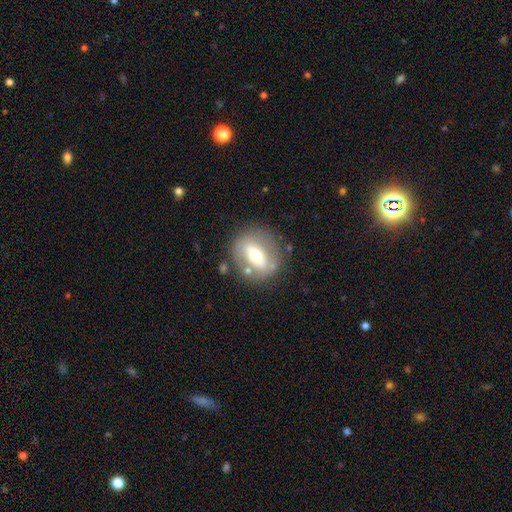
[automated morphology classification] featured or disk 50%, smooth 43%, star or artifact 8%. Down the decision tree: merging — none (73%).